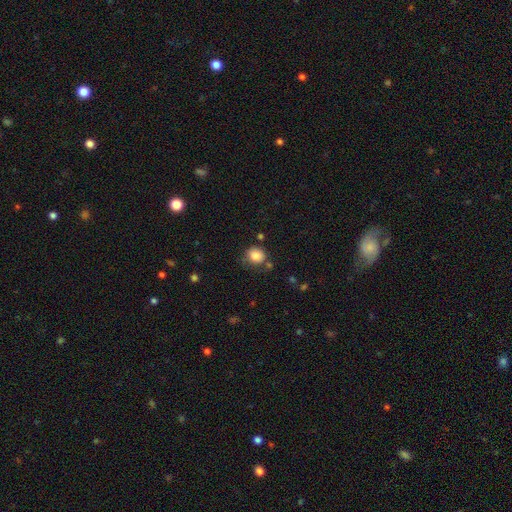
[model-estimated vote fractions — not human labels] This is clearly a smooth galaxy (85%). How rounded: likely round (77%). Merging: likely none (66%).